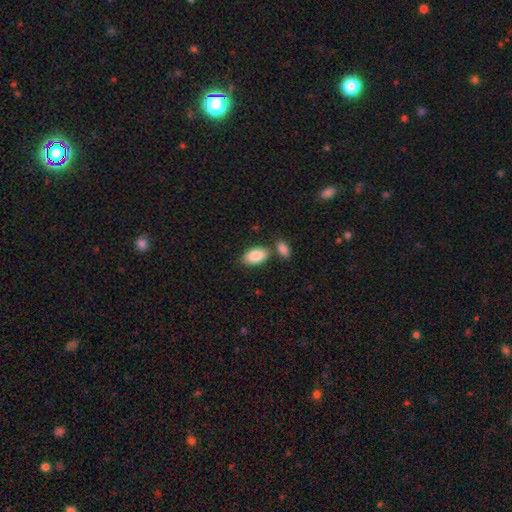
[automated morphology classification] Smooth or featured? Predicted: smooth (p=0.88). How rounded? Predicted: in between (p=0.94). Merging? Predicted: none (p=0.65).